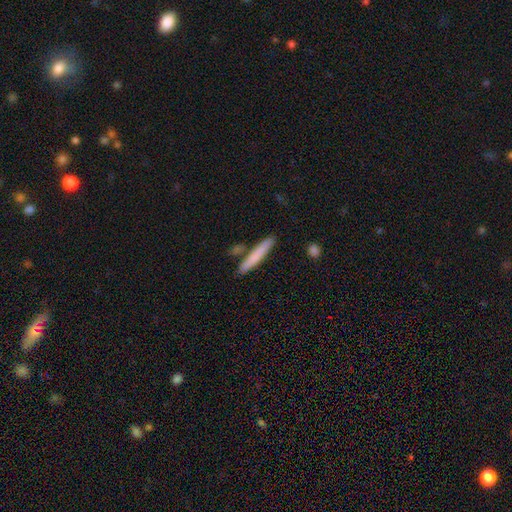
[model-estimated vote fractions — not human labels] smooth-or-featured: smooth: 74% | featured or disk: 20% | star or artifact: 6%
  how-rounded: cigar-shaped: 94% | in between: 5% | round: 1%
  merging: none: 81% | minor disturbance: 10% | merger: 7% | major disturbance: 2%